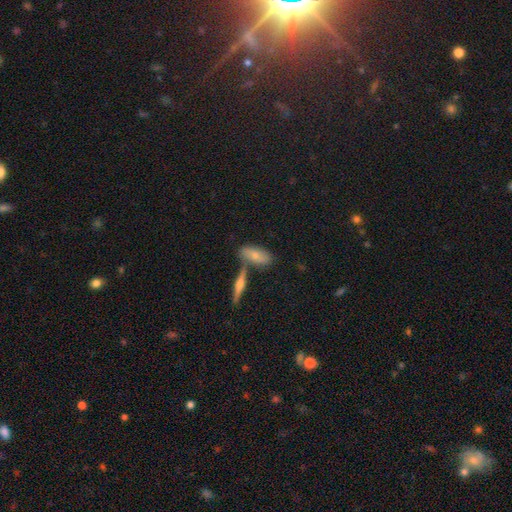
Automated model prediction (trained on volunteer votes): Morphology: type=smooth (64%); roundness=in between (77%); merging=none (56%).